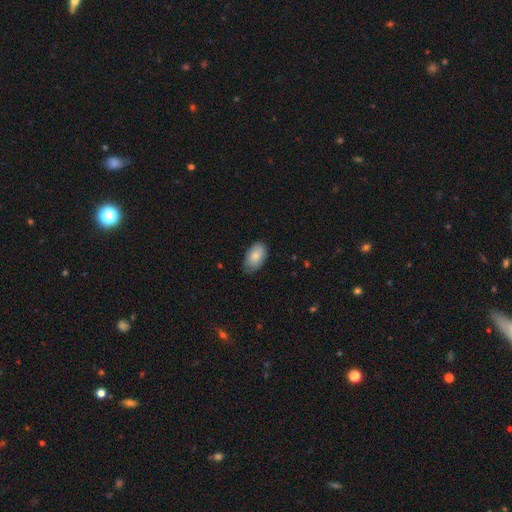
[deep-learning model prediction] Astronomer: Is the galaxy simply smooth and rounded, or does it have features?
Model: smooth — 83%.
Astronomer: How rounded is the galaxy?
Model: in between — 94%.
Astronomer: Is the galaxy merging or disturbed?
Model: none — 77%.